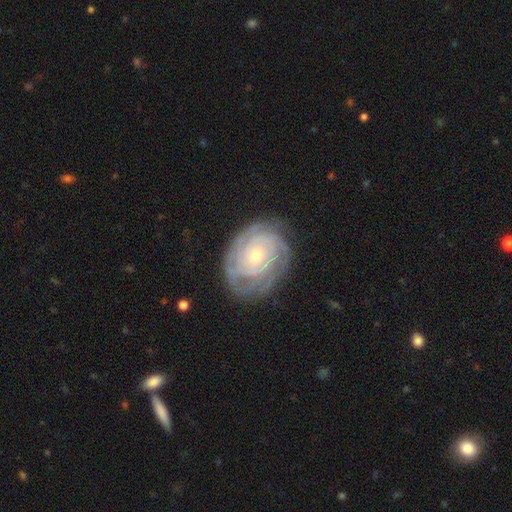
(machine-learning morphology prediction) Q: Smooth or featured?
A: featured or disk (82%); runner-up: smooth (12%)
Q: Edge-on disk?
A: no (97%); runner-up: yes (3%)
Q: Bar?
A: no (82%); runner-up: weak (15%)
Q: Spiral arms?
A: yes (94%); runner-up: no (6%)
Q: Spiral winding?
A: tight (79%); runner-up: medium (17%)
Q: Spiral arm count?
A: can't tell (39%); runner-up: 3 (19%)
Q: Bulge size?
A: small (67%); runner-up: moderate (29%)
Q: Merging?
A: none (74%); runner-up: minor disturbance (18%)